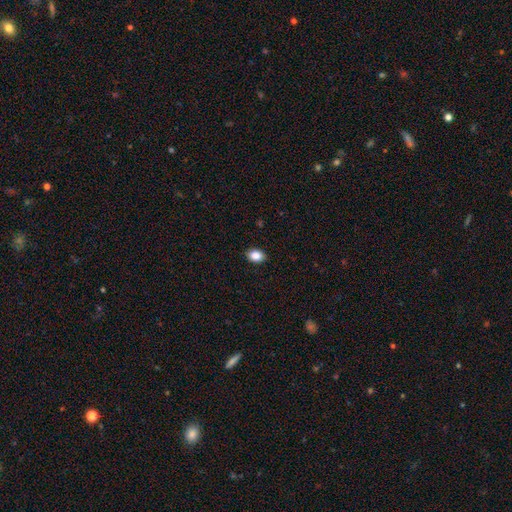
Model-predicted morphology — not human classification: A smooth galaxy with no disk features (87%) that is in between round and cigar-shaped (77%).

Vote fractions:
- Smooth or featured? smooth: 87% / star or artifact: 8% / featured or disk: 4%
- How rounded? in between: 77% / round: 22% / cigar-shaped: 1%
- Merging? none: 90% / minor disturbance: 7% / major disturbance: 2% / merger: 1%